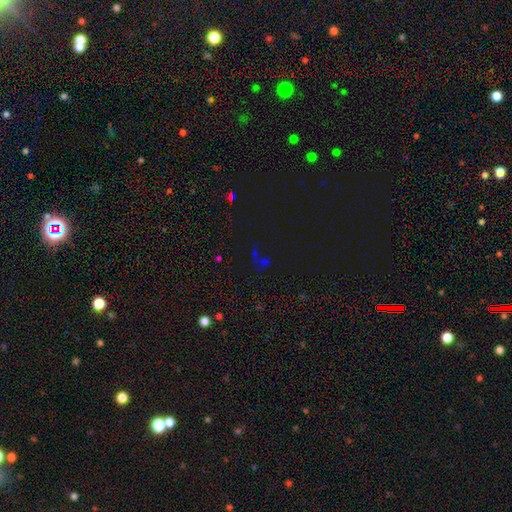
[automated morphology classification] This appears to be a star or artifact, not a galaxy (63%).